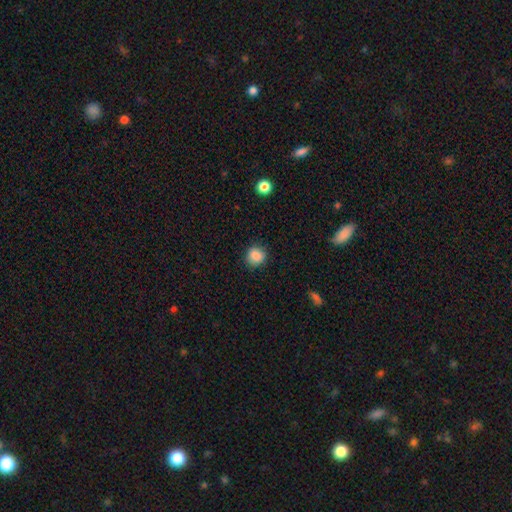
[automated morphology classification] smooth 87%, star or artifact 9%, featured or disk 4%. Down the decision tree: how rounded — round (85%); merging — none (87%).